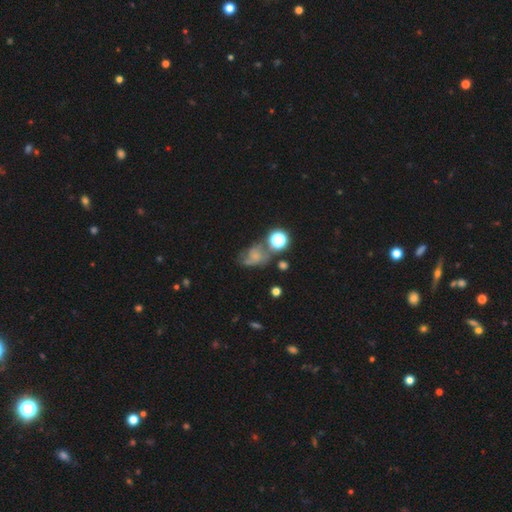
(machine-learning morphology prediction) Smooth or featured? smooth (41%)
Merging? none (35%)